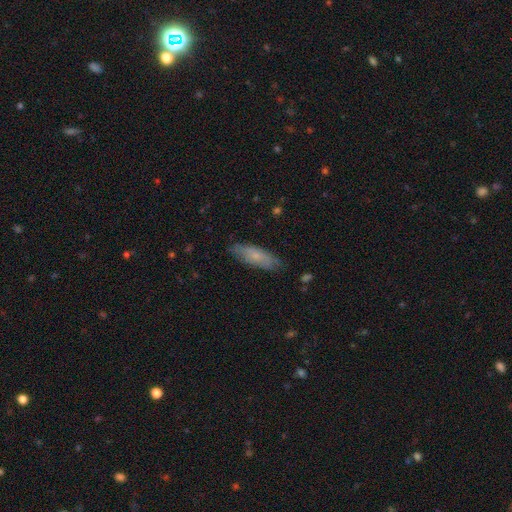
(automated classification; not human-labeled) The model was most divided on "how rounded": in between: 51%, cigar-shaped: 47%, round: 2%. More confident: merging — none (80%); smooth or featured — smooth (66%).